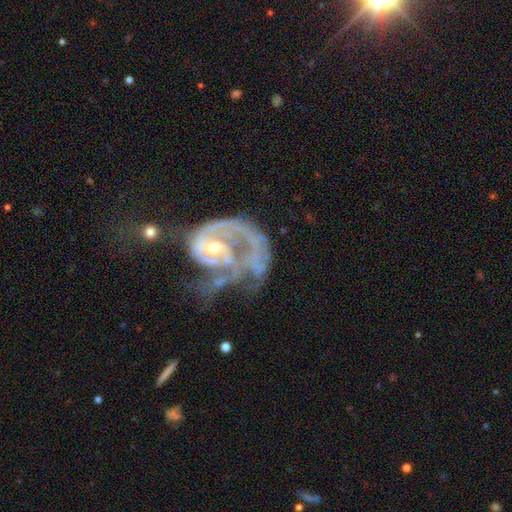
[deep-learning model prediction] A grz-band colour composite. It shows a featured or disk galaxy (86%) with no bar (63%), 1 (41%) medium (37%) spiral arms (83%) and a small central bulge (47%). Merging: major disturbance (49%).